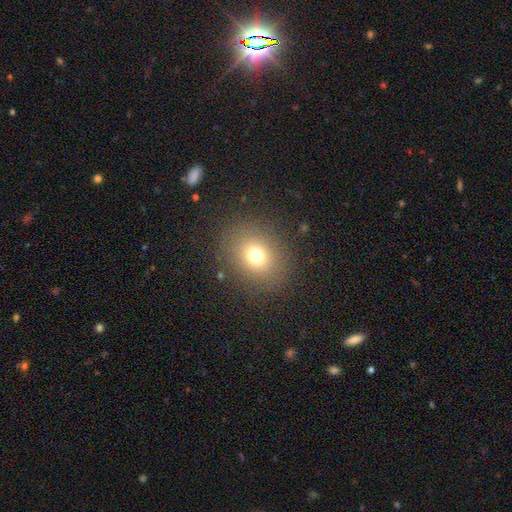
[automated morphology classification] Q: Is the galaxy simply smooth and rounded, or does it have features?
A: smooth — 72%.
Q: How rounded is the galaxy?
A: round — 67%.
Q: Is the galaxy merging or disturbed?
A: none — 86%.